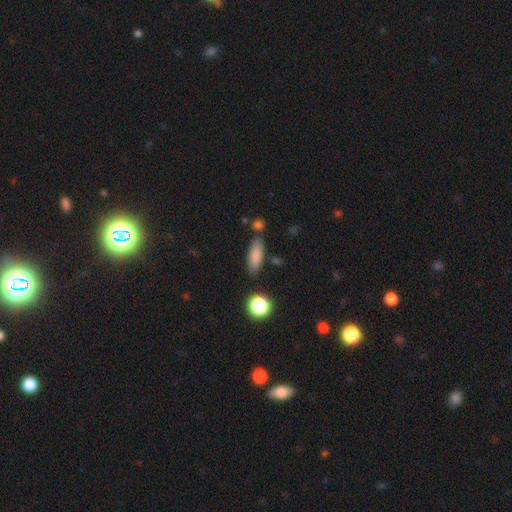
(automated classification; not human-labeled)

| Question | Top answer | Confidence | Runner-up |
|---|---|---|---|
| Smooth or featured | smooth | 84% | star or artifact (9%) |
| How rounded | in between | 66% | cigar-shaped (31%) |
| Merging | none | 77% | minor disturbance (13%) |